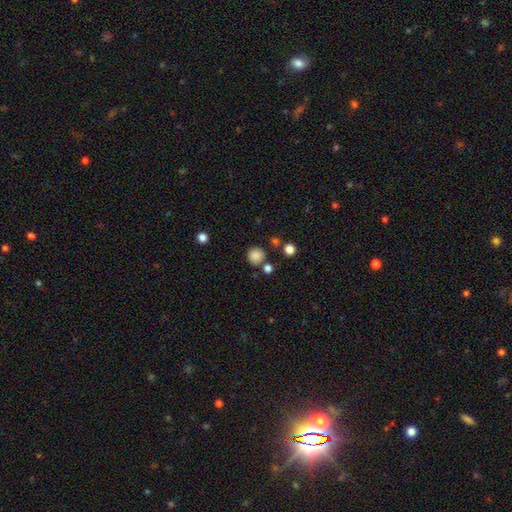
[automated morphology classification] Q: Smooth or featured?
A: smooth (84%); runner-up: star or artifact (12%)
Q: How rounded?
A: round (93%); runner-up: in between (6%)
Q: Merging?
A: none (79%); runner-up: minor disturbance (9%)